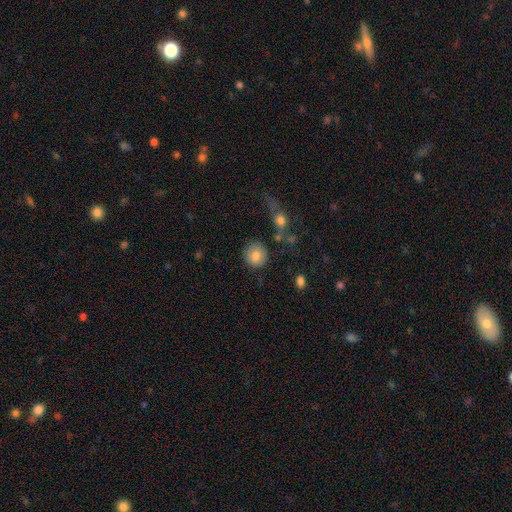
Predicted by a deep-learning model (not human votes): The model was most divided on "smooth or featured": smooth: 82%, featured or disk: 10%, star or artifact: 9%. More confident: how rounded — round (91%); merging — none (84%).